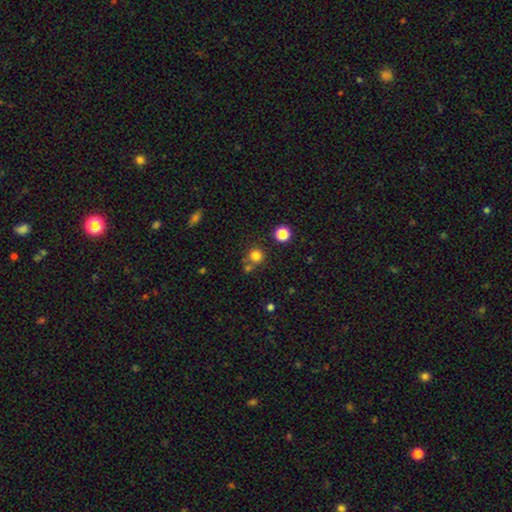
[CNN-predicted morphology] Q: Smooth or featured?
A: smooth (79%); runner-up: star or artifact (15%)
Q: How rounded?
A: round (92%); runner-up: in between (7%)
Q: Merging?
A: none (70%); runner-up: merger (17%)